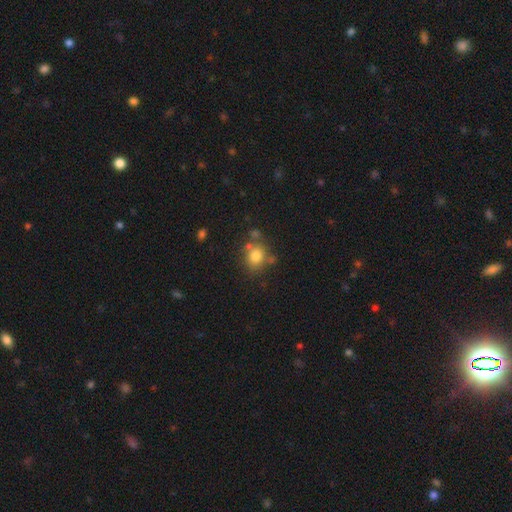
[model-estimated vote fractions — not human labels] This appears to be a smooth galaxy with no disk features (78%) that is round (71%). Merging: none (62%).